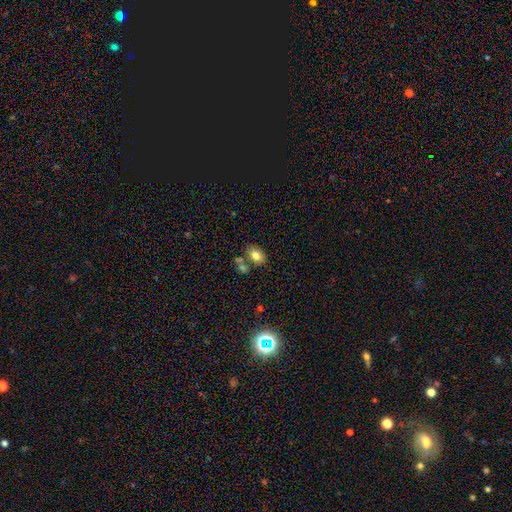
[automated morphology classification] Smooth or featured? smooth (79%)
How rounded? in between (80%)
Merging? none (64%)